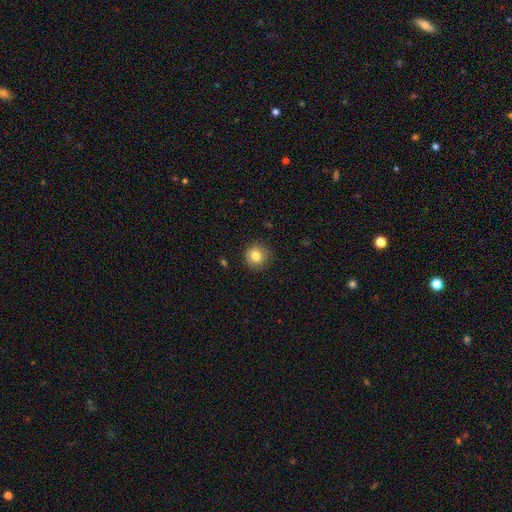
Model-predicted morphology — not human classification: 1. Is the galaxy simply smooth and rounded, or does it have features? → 81% smooth, 10% star or artifact, 9% featured or disk.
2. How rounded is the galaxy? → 92% round, 7% in between, 1% cigar-shaped.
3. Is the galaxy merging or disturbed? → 86% none, 10% minor disturbance, 3% major disturbance, 1% merger.